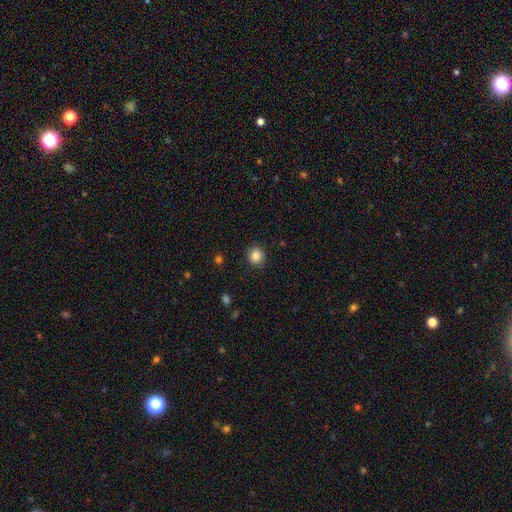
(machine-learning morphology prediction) Q: Smooth or featured?
A: smooth (86%); runner-up: star or artifact (10%)
Q: How rounded?
A: round (85%); runner-up: in between (14%)
Q: Merging?
A: none (89%); runner-up: minor disturbance (7%)